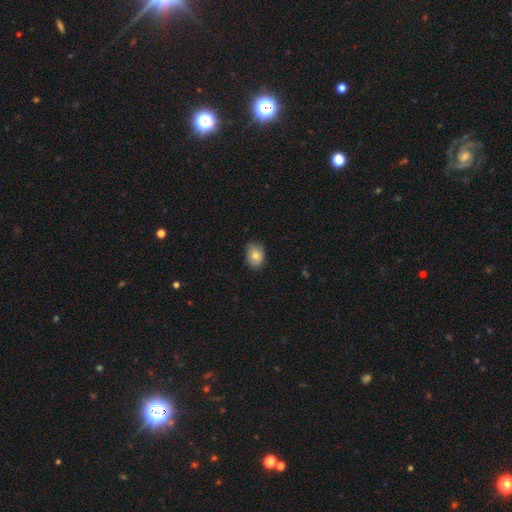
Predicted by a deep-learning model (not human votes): Q: Smooth or featured?
A: smooth (80%); runner-up: featured or disk (12%)
Q: How rounded?
A: in between (65%); runner-up: round (35%)
Q: Merging?
A: none (69%); runner-up: minor disturbance (26%)